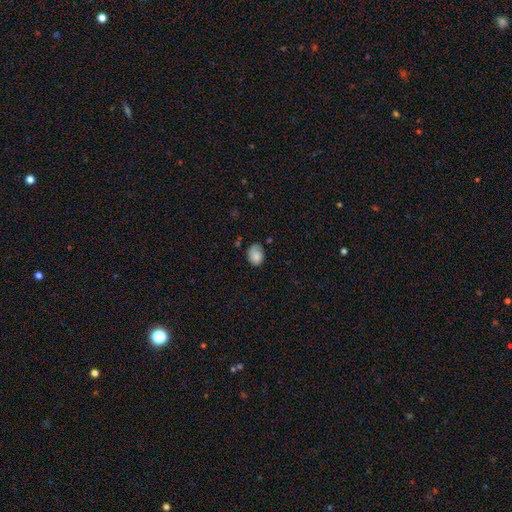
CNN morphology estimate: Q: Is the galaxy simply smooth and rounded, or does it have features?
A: smooth — 80%.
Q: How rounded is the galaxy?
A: in between — 62%.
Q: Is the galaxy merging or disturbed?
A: none — 59%.